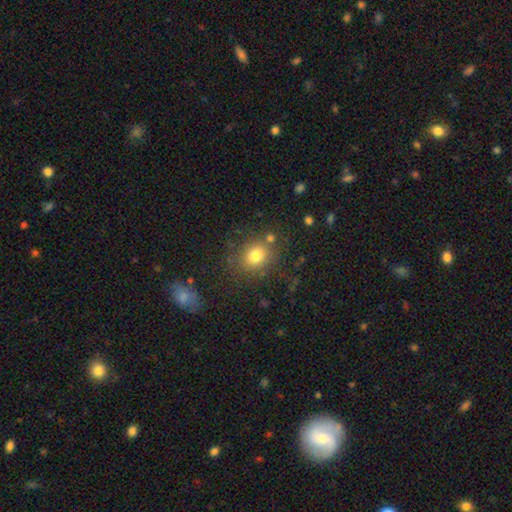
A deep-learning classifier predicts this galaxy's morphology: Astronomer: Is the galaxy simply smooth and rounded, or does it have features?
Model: smooth — 78%.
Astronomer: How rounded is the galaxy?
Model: round — 66%.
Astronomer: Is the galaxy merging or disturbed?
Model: none — 77%.